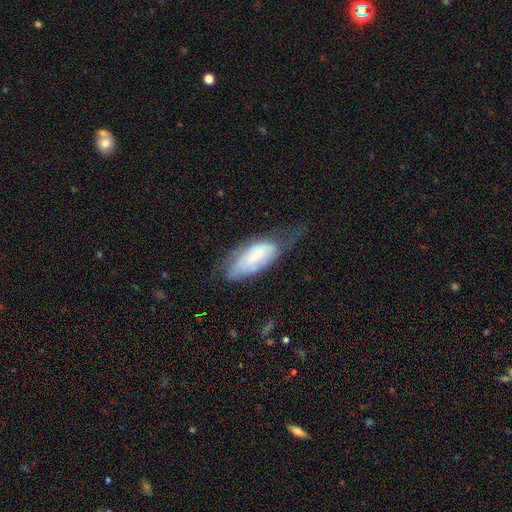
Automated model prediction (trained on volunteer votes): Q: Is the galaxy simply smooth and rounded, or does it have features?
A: smooth — 47%.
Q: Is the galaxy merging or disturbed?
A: minor disturbance — 35%.